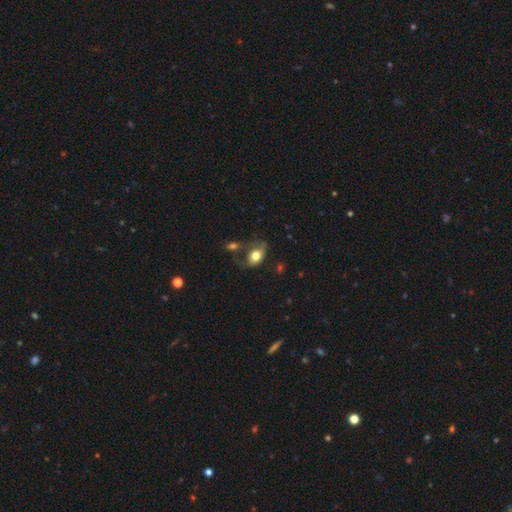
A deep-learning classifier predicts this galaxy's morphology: This appears to be a smooth galaxy with no disk features (72%) that is in between round and cigar-shaped (81%). Merging: none (36%).